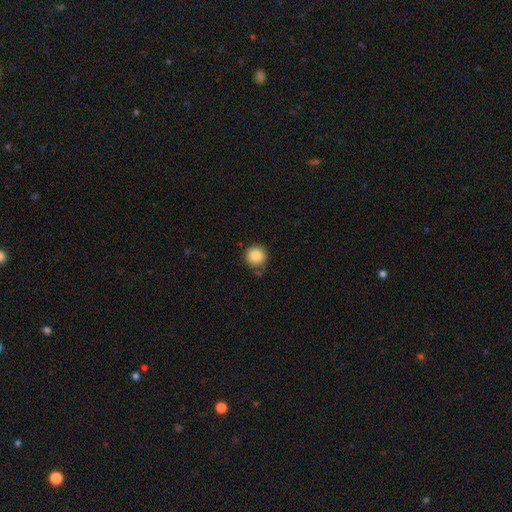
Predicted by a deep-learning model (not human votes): Q: Smooth or featured?
A: smooth (87%); runner-up: star or artifact (9%)
Q: How rounded?
A: round (94%); runner-up: in between (5%)
Q: Merging?
A: none (78%); runner-up: minor disturbance (14%)